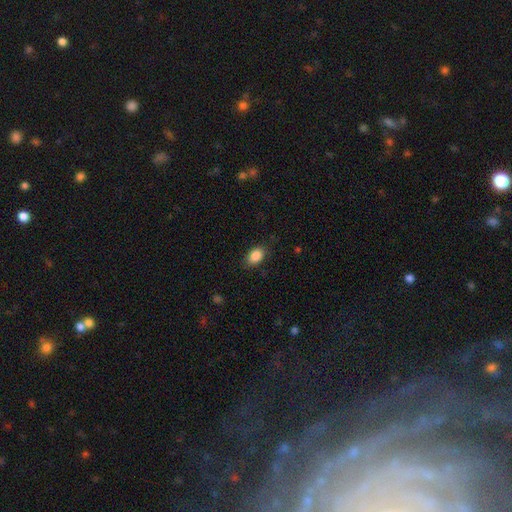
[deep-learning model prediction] Smooth or featured? Predicted: smooth (p=0.88). How rounded? Predicted: in between (p=0.84). Merging? Predicted: none (p=0.84).